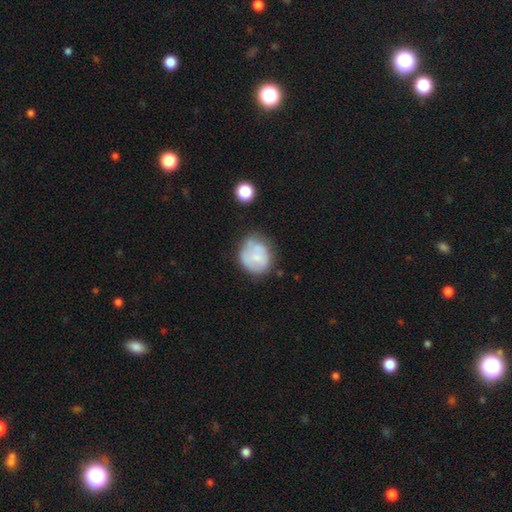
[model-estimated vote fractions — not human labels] Smooth or featured: smooth — 59% (featured or disk — 33%)
How rounded: round — 71% (in between — 28%)
Merging: none — 47% (minor disturbance — 31%)